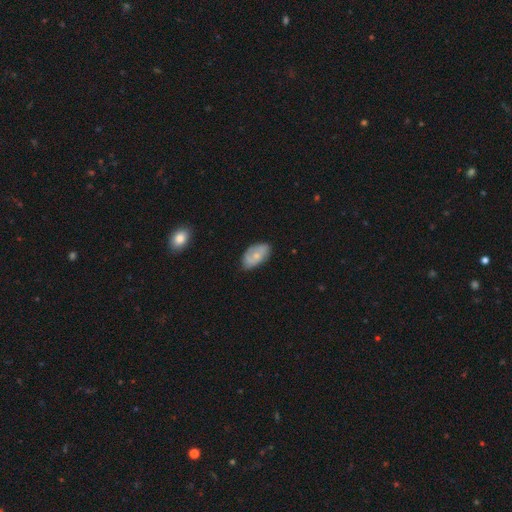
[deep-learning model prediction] This is possibly a smooth galaxy (58%). How rounded: clearly in between (92%). Merging: likely none (73%).